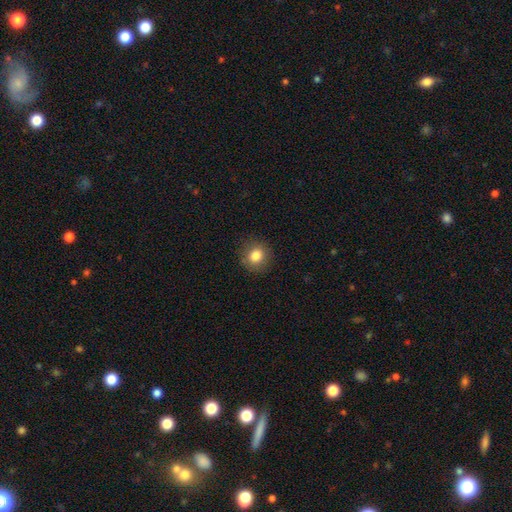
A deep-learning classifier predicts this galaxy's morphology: type=smooth (83%); roundness=round (84%); merging=none (88%).